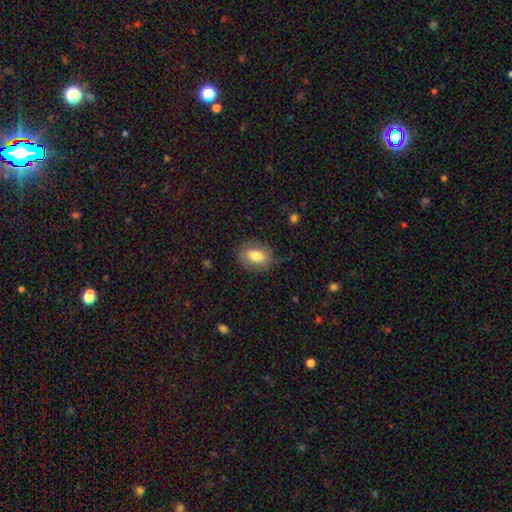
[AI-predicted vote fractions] The model was most divided on "how rounded": in between: 72%, round: 26%, cigar-shaped: 1%. More confident: merging — none (76%); smooth or featured — smooth (72%).